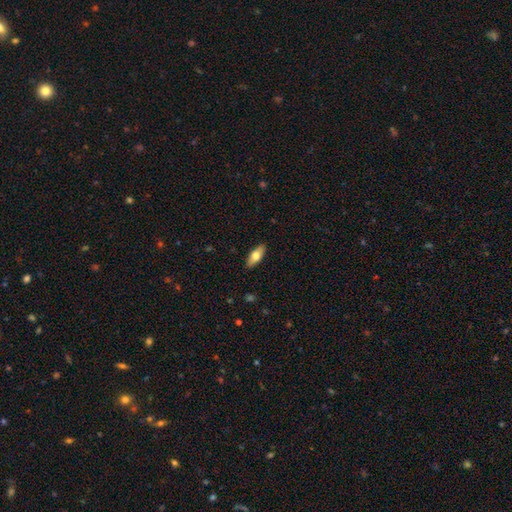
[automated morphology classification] This is likely a smooth galaxy (69%). How rounded: likely in between (78%). Merging: clearly none (89%).